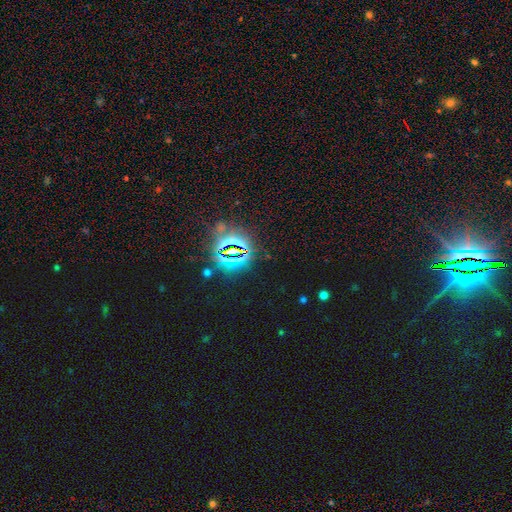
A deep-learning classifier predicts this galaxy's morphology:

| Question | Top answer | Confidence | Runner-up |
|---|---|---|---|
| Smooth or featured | star or artifact | 84% | smooth (9%) |